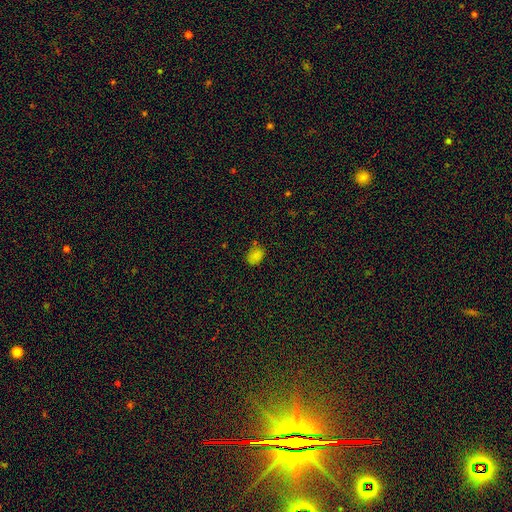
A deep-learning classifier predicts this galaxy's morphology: This appears to be a smooth galaxy with no disk features (79%) that is in between round and cigar-shaped (72%). Merging: none (66%).